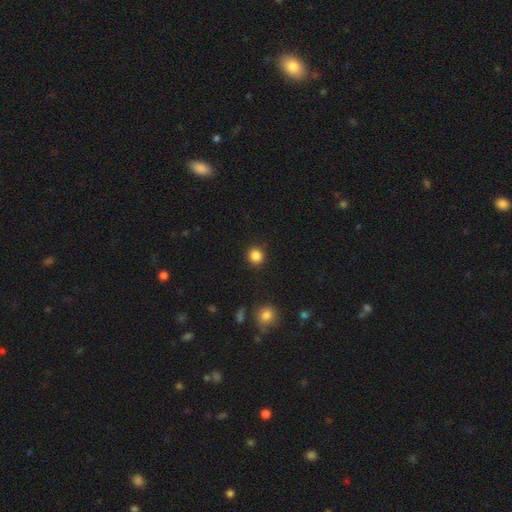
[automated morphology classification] This appears to be a smooth galaxy with no disk features (85%) that is round (93%). Merging: none (91%).